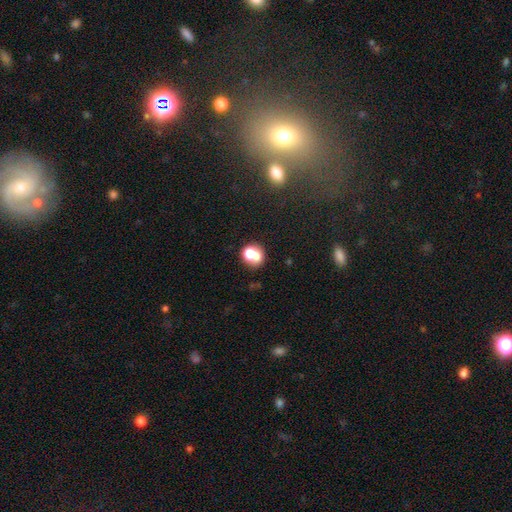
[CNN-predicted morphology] The model was most divided on "merging": merger: 46%, none: 36%, minor disturbance: 11%, major disturbance: 7%. More confident: how rounded — round (69%); smooth or featured — smooth (67%).